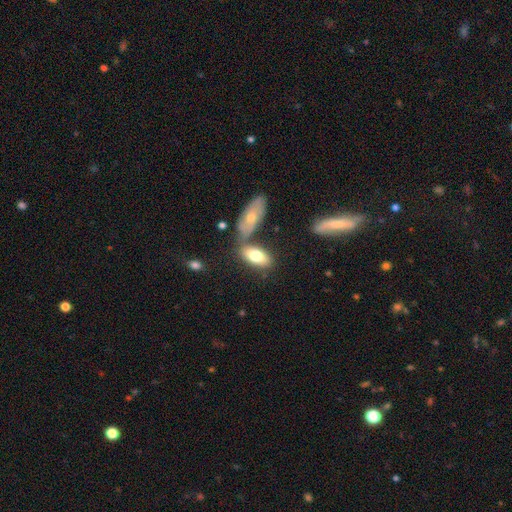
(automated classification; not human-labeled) Morphology: type=smooth (72%); roundness=in between (87%); merging=none (55%).